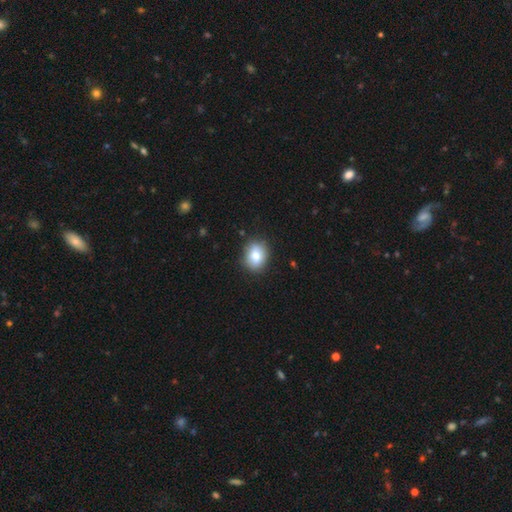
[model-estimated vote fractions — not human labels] A smooth galaxy with no disk features (80%) that is round (50%).

Vote fractions:
- Smooth or featured? smooth: 80% / featured or disk: 12% / star or artifact: 8%
- How rounded? round: 50% / in between: 49% / cigar-shaped: 1%
- Merging? none: 86% / minor disturbance: 10% / major disturbance: 2% / merger: 1%